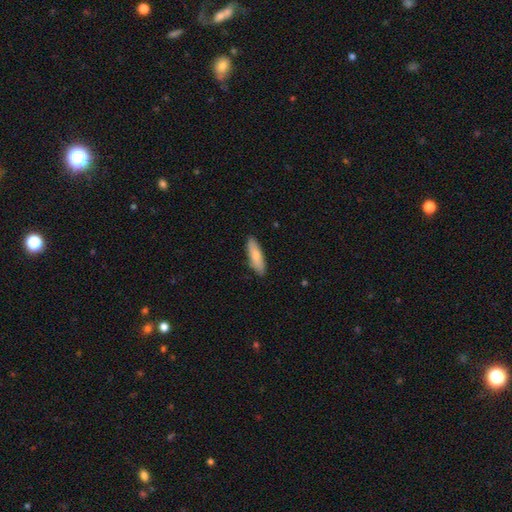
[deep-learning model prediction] This appears to be a smooth galaxy with no disk features (81%) that is cigar-shaped (55%). Merging: none (87%).